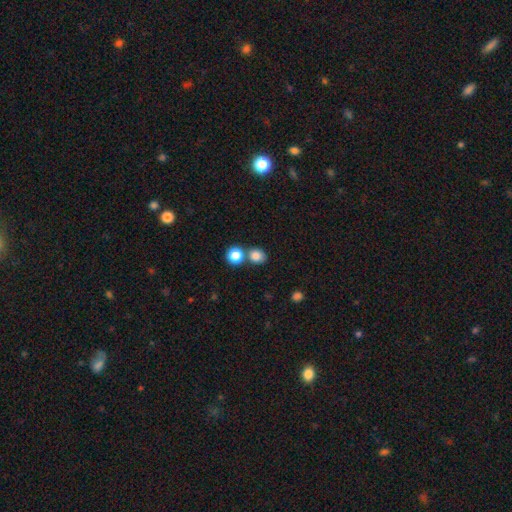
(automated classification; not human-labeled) smooth-or-featured: smooth: 82% | star or artifact: 12% | featured or disk: 6%
  how-rounded: round: 66% | in between: 33% | cigar-shaped: 1%
  merging: none: 63% | merger: 25% | minor disturbance: 9% | major disturbance: 3%